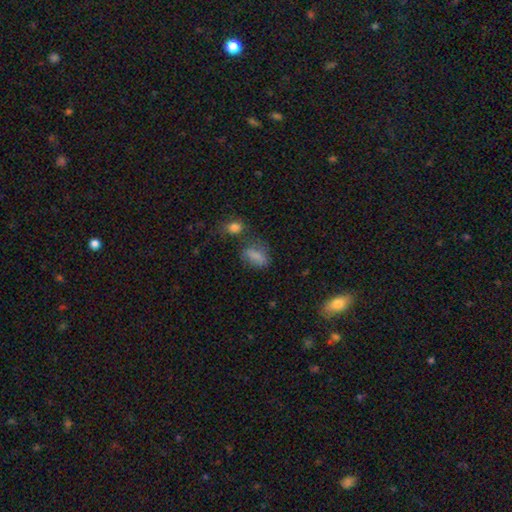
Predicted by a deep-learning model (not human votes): smooth_or_featured: smooth (p=0.78) [alt: star or artifact p=0.12]
how_rounded: in between (p=0.82) [alt: round p=0.12]
merging: none (p=0.49) [alt: minor disturbance p=0.23]